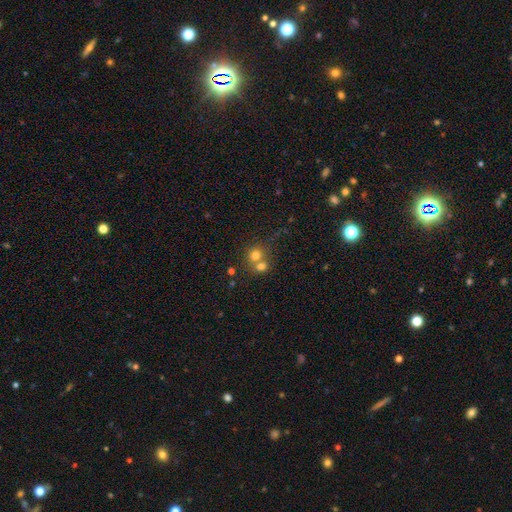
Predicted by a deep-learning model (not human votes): Morphology: type=smooth (73%); roundness=round (81%); merging=merger (54%).